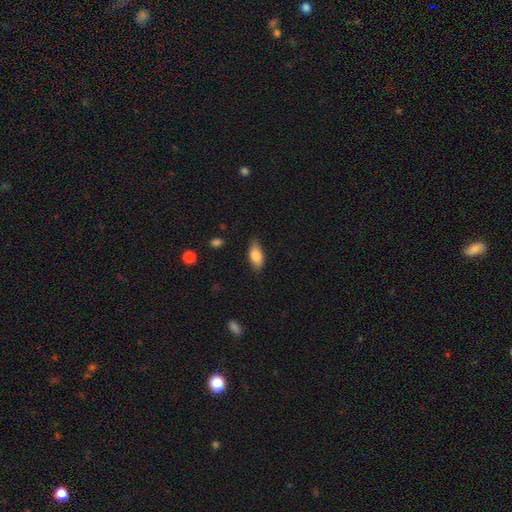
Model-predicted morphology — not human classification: This is clearly a smooth galaxy (81%). How rounded: clearly in between (86%). Merging: likely none (80%).